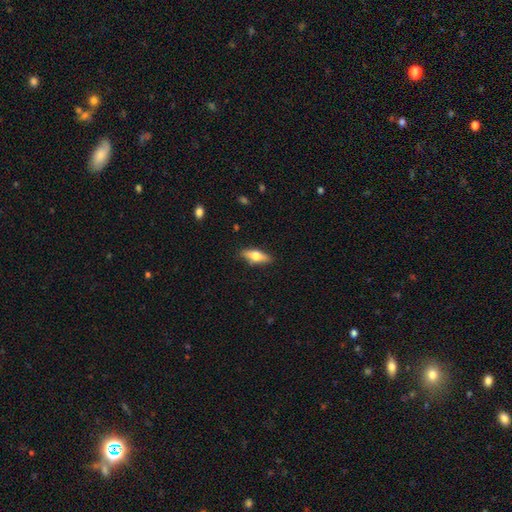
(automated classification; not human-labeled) Smooth or featured? Predicted: smooth (p=0.56). How rounded? Predicted: in between (p=0.59). Merging? Predicted: none (p=0.87).